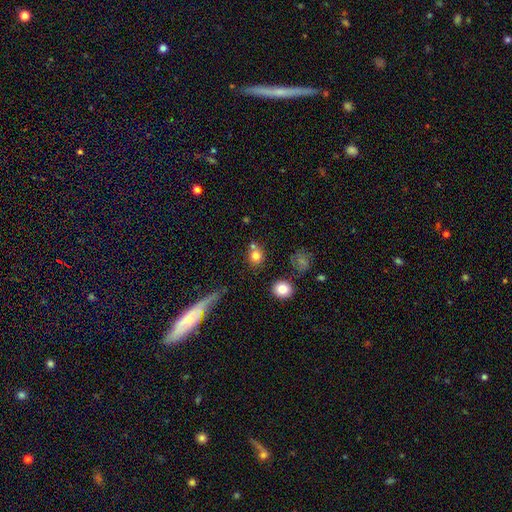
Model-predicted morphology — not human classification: Smooth or featured: smooth — 78% (star or artifact — 12%)
How rounded: round — 81% (in between — 18%)
Merging: none — 66% (merger — 20%)